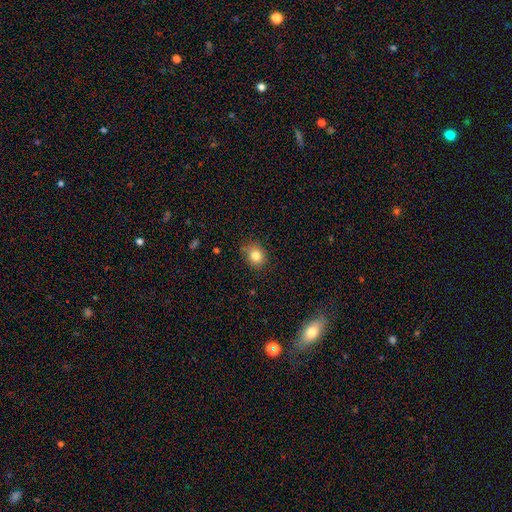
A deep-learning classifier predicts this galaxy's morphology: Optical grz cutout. It shows a smooth galaxy with no disk features (82%) that is round (69%). Merging: none (76%).